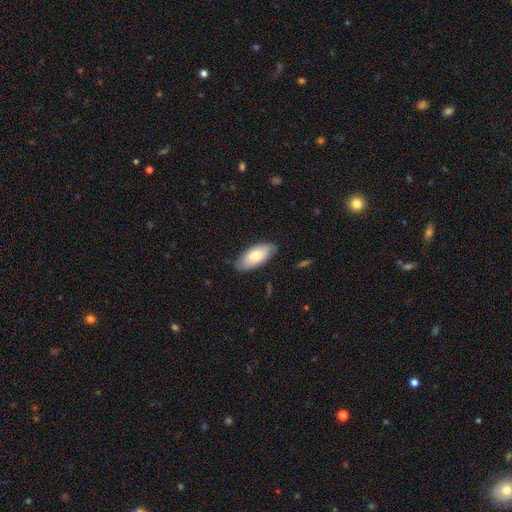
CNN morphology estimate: A smooth galaxy with no disk features (75%) that is in between round and cigar-shaped (91%).

Vote fractions:
- Smooth or featured? smooth: 75% / featured or disk: 19% / star or artifact: 6%
- How rounded? in between: 91% / cigar-shaped: 7% / round: 2%
- Merging? none: 80% / minor disturbance: 16% / major disturbance: 3% / merger: 1%